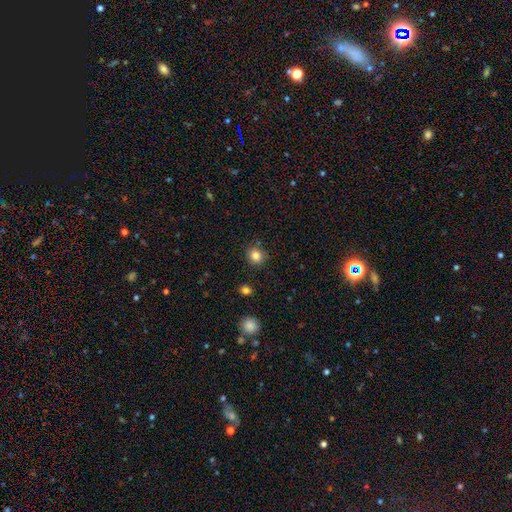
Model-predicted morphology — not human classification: smooth_or_featured: smooth (p=0.83) [alt: star or artifact p=0.11]
how_rounded: round (p=0.85) [alt: in between p=0.14]
merging: none (p=0.86) [alt: minor disturbance p=0.09]